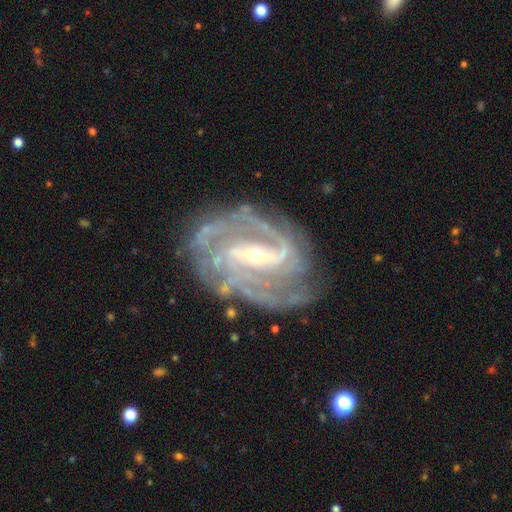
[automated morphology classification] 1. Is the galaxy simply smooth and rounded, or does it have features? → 92% featured or disk, 5% star or artifact, 3% smooth.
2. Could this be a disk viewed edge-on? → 97% no, 3% yes.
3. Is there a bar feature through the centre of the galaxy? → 42% strong, 40% weak, 17% no.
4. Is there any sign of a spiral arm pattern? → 98% yes, 2% no.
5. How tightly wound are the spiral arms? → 45% medium, 43% tight, 12% loose.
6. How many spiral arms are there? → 51% 2, 18% 3, 13% can't tell, 7% 4, 6% more than 4, 5% 1.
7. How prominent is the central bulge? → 59% small, 37% moderate, 2% large, 1% none, 1% dominant.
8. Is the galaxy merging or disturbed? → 68% none, 20% minor disturbance, 10% major disturbance, 2% merger.